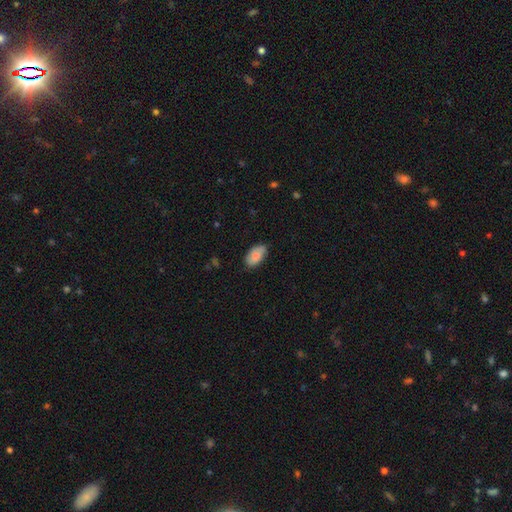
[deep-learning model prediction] smooth-or-featured: smooth: 76% | featured or disk: 18% | star or artifact: 6%
  how-rounded: in between: 94% | round: 4% | cigar-shaped: 2%
  merging: none: 78% | minor disturbance: 18% | major disturbance: 3% | merger: 1%